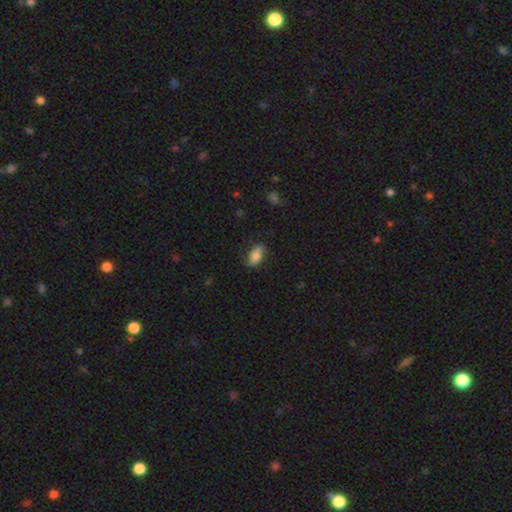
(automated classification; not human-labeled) Q: Smooth or featured?
A: smooth (79%); runner-up: featured or disk (14%)
Q: How rounded?
A: in between (89%); runner-up: cigar-shaped (8%)
Q: Merging?
A: none (77%); runner-up: minor disturbance (18%)